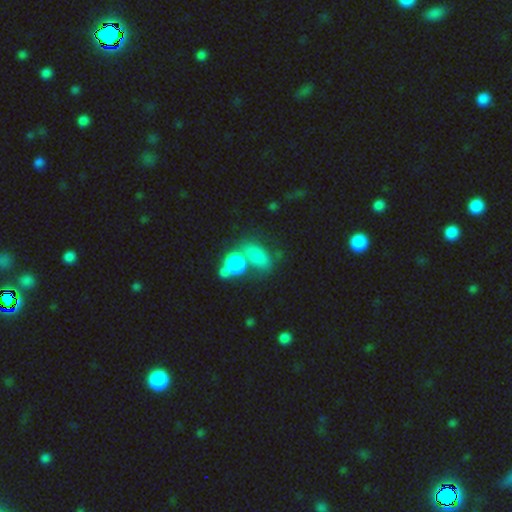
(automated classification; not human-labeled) Morphology: type=smooth (74%); roundness=in between (69%); merging=merger (42%).